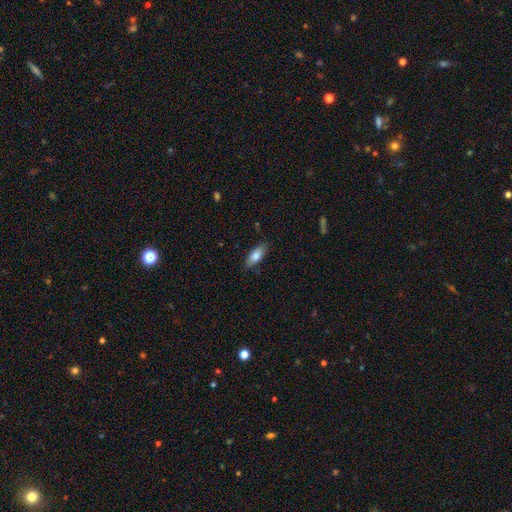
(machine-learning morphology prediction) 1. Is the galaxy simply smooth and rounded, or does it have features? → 79% smooth, 14% featured or disk, 6% star or artifact.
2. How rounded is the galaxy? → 78% in between, 20% cigar-shaped, 2% round.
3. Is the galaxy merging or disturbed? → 82% none, 14% minor disturbance, 3% major disturbance, 1% merger.